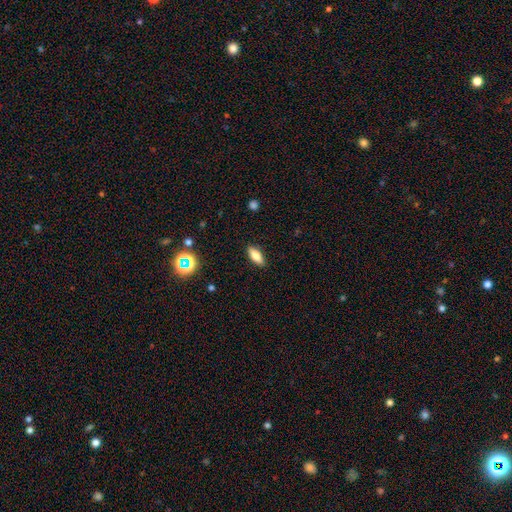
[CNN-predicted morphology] This is likely a smooth galaxy (75%). How rounded: likely in between (77%). Merging: clearly none (89%).